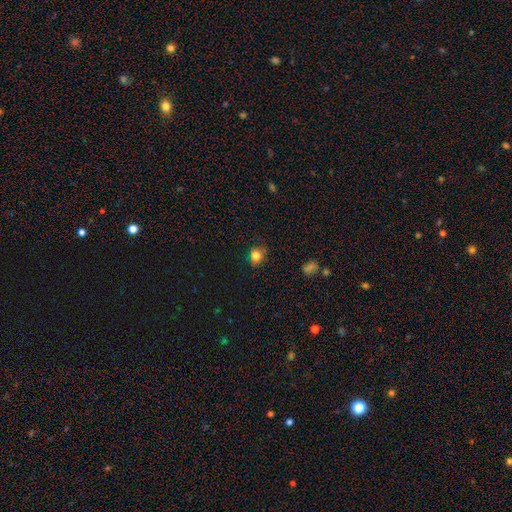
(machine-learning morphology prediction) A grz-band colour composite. It shows a smooth galaxy with no disk features (82%) that is round (71%). Merging: none (74%).